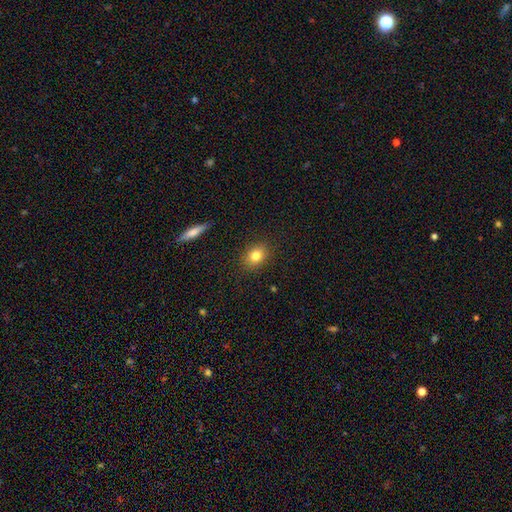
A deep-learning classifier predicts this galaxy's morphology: smooth-or-featured: smooth: 80% | star or artifact: 10% | featured or disk: 9%
  how-rounded: in between: 53% | round: 46% | cigar-shaped: 2%
  merging: none: 88% | minor disturbance: 9% | major disturbance: 2% | merger: 1%